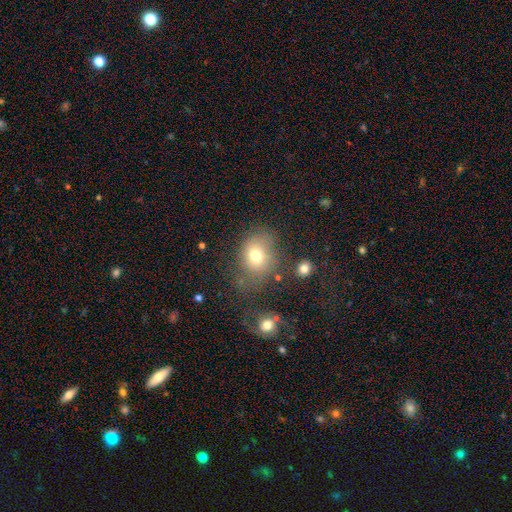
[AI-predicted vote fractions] smooth 72%, featured or disk 14%, star or artifact 14%. Down the decision tree: how rounded — round (52%); merging — none (55%).